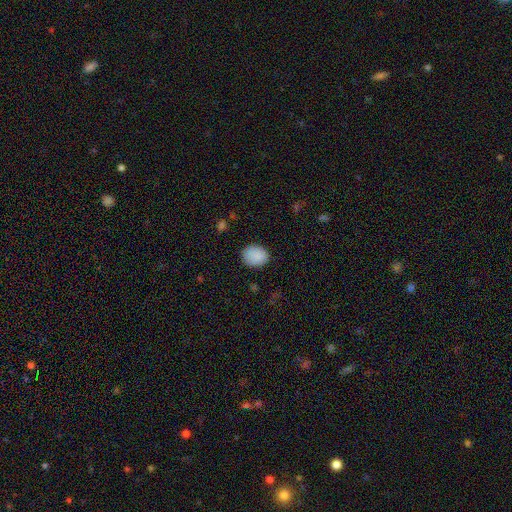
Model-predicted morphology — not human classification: Smooth or featured: smooth — 89% (star or artifact — 7%)
How rounded: round — 58% (in between — 42%)
Merging: none — 87% (minor disturbance — 10%)